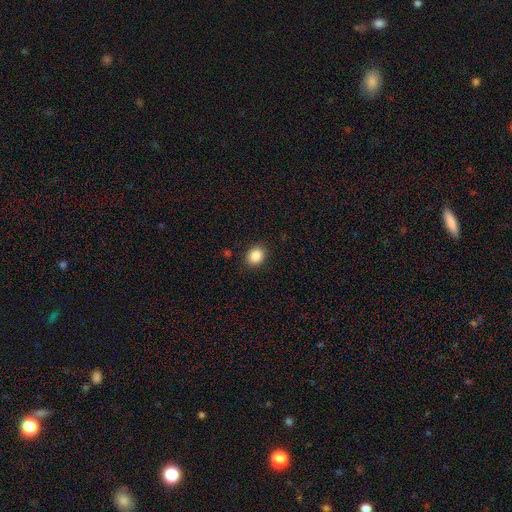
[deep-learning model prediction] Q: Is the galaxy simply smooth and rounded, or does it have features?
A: smooth — 87%.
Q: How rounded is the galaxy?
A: round — 62%.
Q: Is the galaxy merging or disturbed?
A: none — 89%.